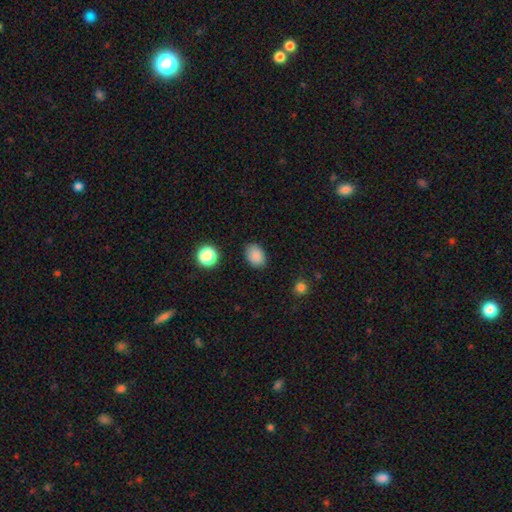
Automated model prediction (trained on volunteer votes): The model was most divided on "how rounded": in between: 72%, round: 27%, cigar-shaped: 1%. More confident: smooth or featured — smooth (86%); merging — none (85%).